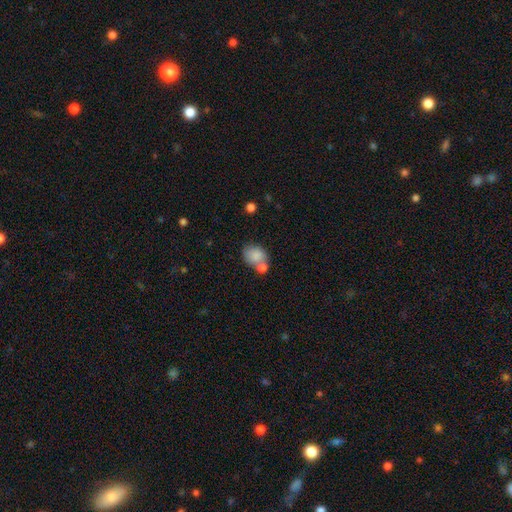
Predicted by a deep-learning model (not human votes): Smooth or featured? Predicted: smooth (p=0.83). How rounded? Predicted: in between (p=0.54). Merging? Predicted: none (p=0.43).